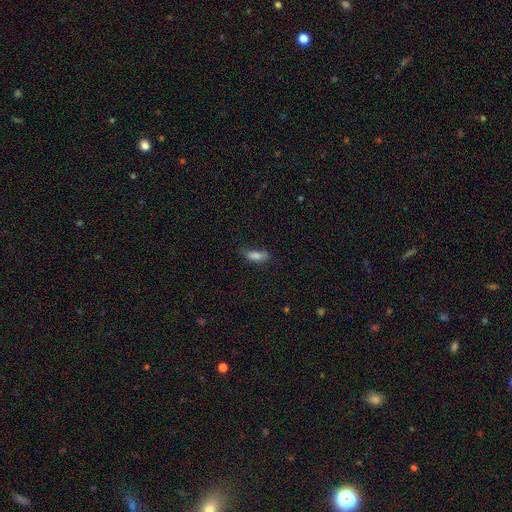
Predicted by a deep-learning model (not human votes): A smooth galaxy with no disk features (81%) that is in between round and cigar-shaped (76%). Merging: none (60%).